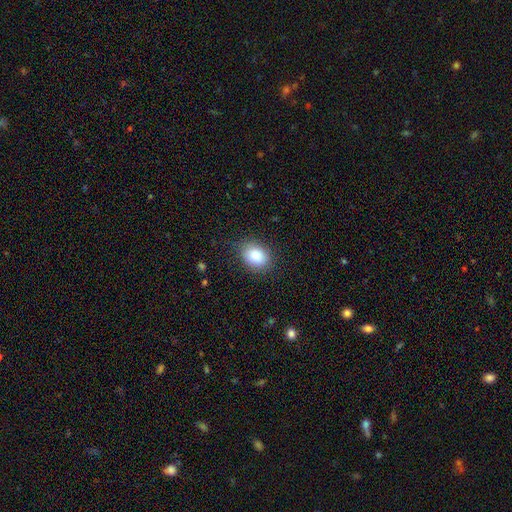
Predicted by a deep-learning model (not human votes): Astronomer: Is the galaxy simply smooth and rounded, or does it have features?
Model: smooth — 86%.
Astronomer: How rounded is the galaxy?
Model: in between — 60% (runner-up: round, 39%).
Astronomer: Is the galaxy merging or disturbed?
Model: none — 81%.